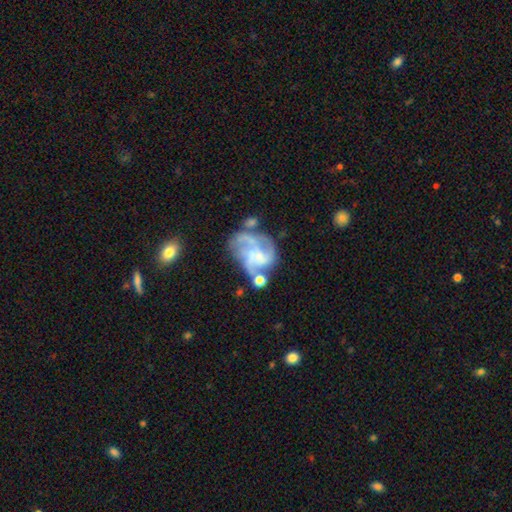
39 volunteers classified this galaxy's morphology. This is likely a featured or disk galaxy (74%). It is clearly not viewed edge-on (100%). Bar: possibly no (59%). Spiral arm pattern: clearly yes (97%). Spiral arm count: likely 3 (68%). Spiral winding: likely medium (75%). Central bulge: marginally small (45%). Merging: marginally none (39%).